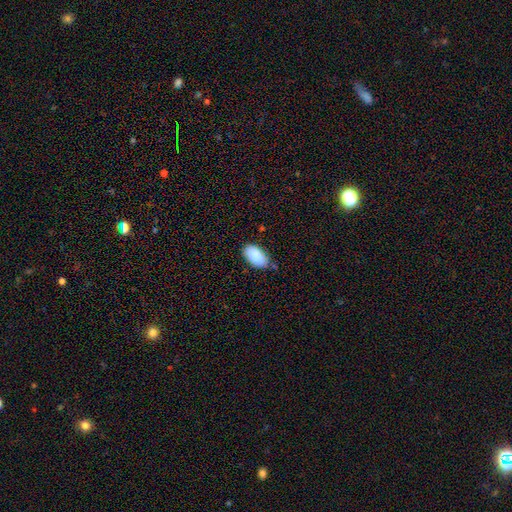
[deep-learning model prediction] Smooth or featured?
  - smooth: 87% *
  - star or artifact: 7%
  - featured or disk: 7%
How rounded?
  - in between: 94% *
  - round: 3%
  - cigar-shaped: 2%
Merging?
  - none: 66% *
  - minor disturbance: 26%
  - major disturbance: 4%
  - merger: 4%